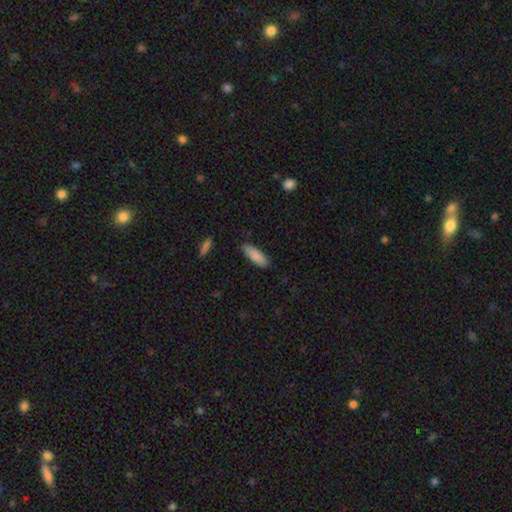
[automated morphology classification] smooth 87%, featured or disk 7%, star or artifact 6%. Down the decision tree: how rounded — in between (59%); merging — none (83%).